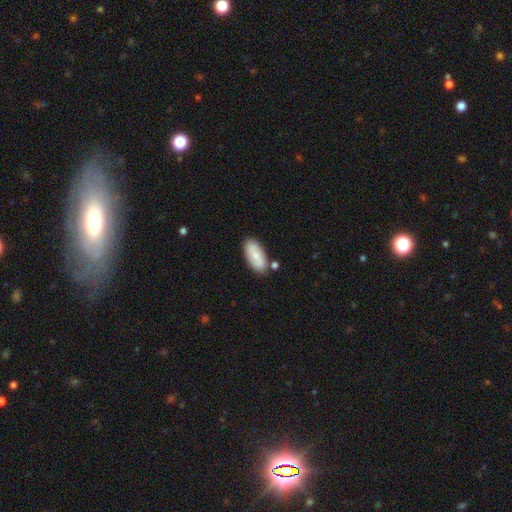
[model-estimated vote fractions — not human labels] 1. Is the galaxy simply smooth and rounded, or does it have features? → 69% smooth, 25% featured or disk, 6% star or artifact.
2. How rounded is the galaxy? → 91% in between, 6% cigar-shaped, 3% round.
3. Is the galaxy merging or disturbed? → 76% none, 13% minor disturbance, 8% merger, 3% major disturbance.